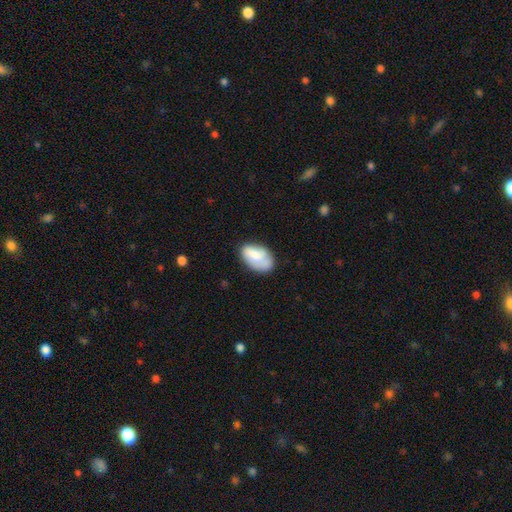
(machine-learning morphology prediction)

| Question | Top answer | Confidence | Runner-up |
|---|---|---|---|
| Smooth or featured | smooth | 72% | featured or disk (21%) |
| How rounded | in between | 91% | round (7%) |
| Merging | none | 59% | minor disturbance (28%) |